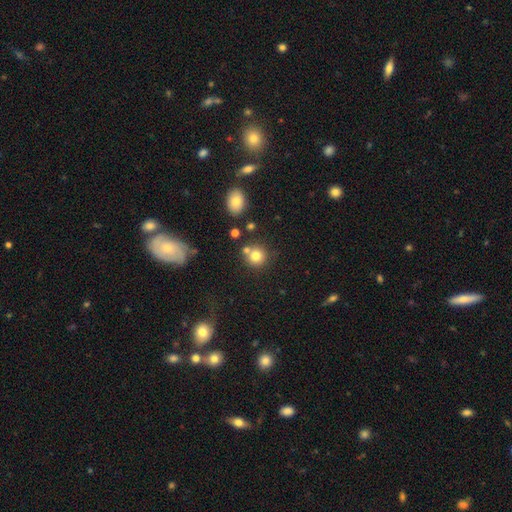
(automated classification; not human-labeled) Smooth or featured? Predicted: smooth (p=0.78). How rounded? Predicted: round (p=0.89). Merging? Predicted: none (p=0.68).